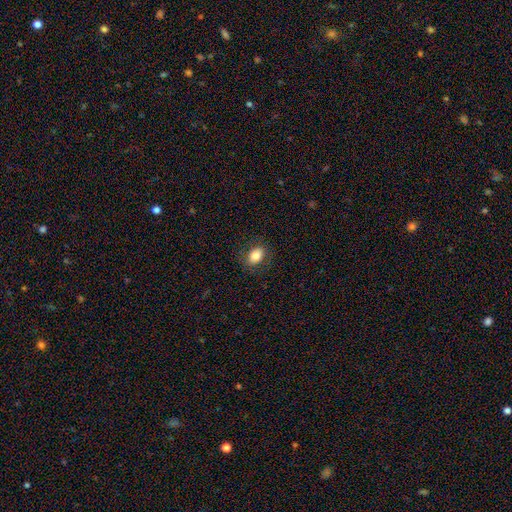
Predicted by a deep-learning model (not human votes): Smooth or featured: smooth — 82% (featured or disk — 9%)
How rounded: in between — 73% (round — 26%)
Merging: none — 85% (minor disturbance — 11%)